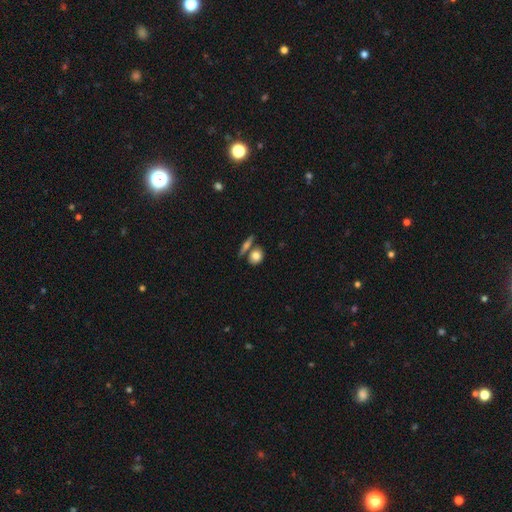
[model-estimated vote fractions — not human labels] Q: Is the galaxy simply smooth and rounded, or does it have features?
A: smooth — 77%.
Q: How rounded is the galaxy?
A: round — 57%.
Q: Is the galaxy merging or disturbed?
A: none — 60%.